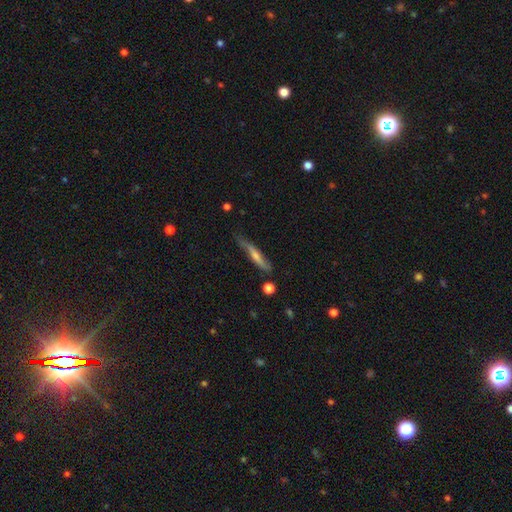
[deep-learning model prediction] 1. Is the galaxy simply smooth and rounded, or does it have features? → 55% featured or disk, 38% smooth, 7% star or artifact.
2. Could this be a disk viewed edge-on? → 80% yes, 20% no.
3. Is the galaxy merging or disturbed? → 64% none, 26% minor disturbance, 6% major disturbance, 3% merger.